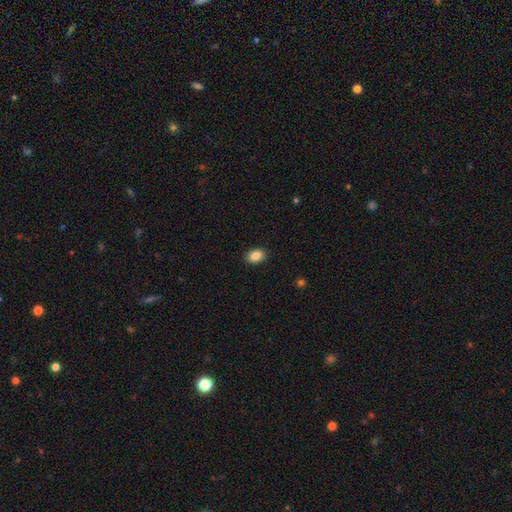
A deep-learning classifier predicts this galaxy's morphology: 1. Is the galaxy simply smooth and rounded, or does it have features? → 86% smooth, 8% star or artifact, 5% featured or disk.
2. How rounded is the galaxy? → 81% in between, 17% round, 1% cigar-shaped.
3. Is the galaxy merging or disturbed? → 90% none, 7% minor disturbance, 2% major disturbance, 1% merger.